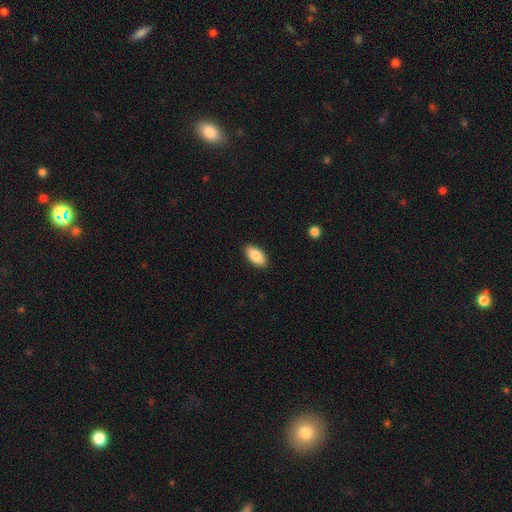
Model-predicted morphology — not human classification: Smooth or featured? Predicted: smooth (p=0.83). How rounded? Predicted: in between (p=0.90). Merging? Predicted: none (p=0.89).